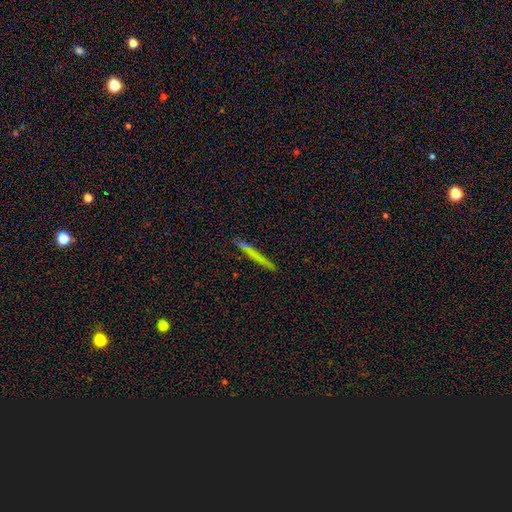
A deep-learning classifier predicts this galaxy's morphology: A smooth galaxy with no disk features (60%) that is cigar-shaped (96%).

Vote fractions:
- Smooth or featured? smooth: 60% / featured or disk: 30% / star or artifact: 9%
- How rounded? cigar-shaped: 96% / in between: 3% / round: 2%
- Merging? none: 84% / minor disturbance: 11% / merger: 3% / major disturbance: 2%